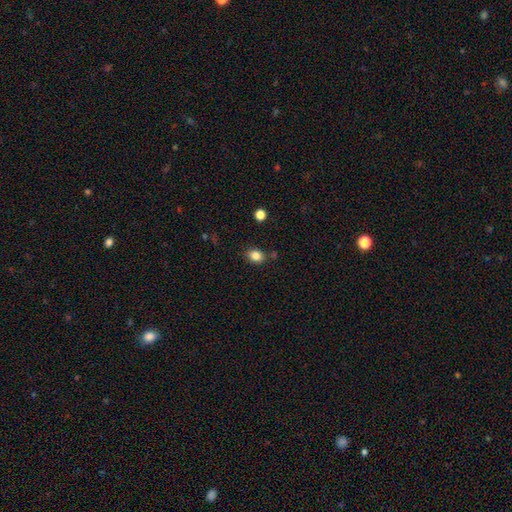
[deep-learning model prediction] The model was most divided on "how rounded": in between: 56%, round: 43%, cigar-shaped: 1%. More confident: smooth or featured — smooth (84%); merging — none (80%).